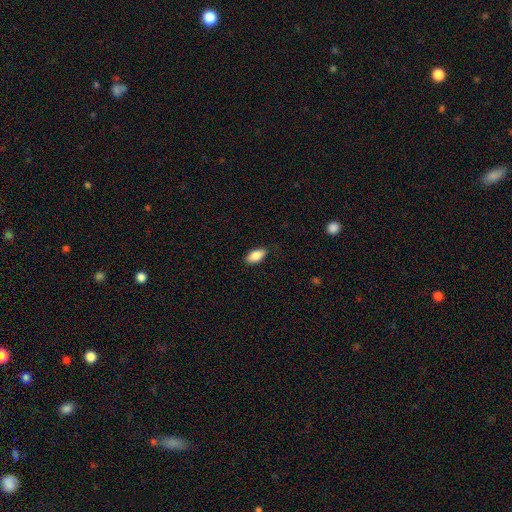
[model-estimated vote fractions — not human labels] Smooth or featured? smooth (84%)
How rounded? in between (91%)
Merging? none (84%)